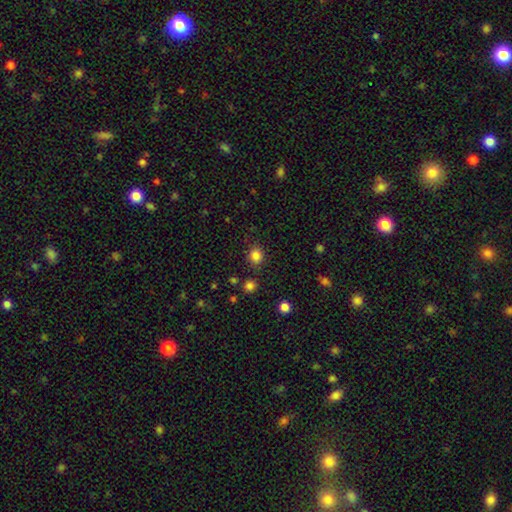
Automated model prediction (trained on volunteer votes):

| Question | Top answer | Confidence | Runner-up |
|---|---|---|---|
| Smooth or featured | smooth | 84% | star or artifact (12%) |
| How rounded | round | 79% | in between (20%) |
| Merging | none | 85% | minor disturbance (9%) |